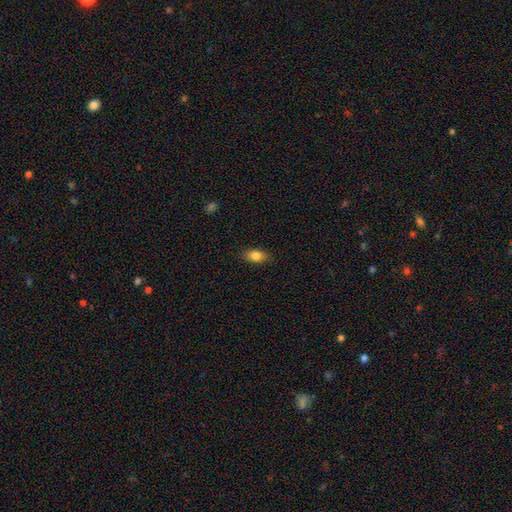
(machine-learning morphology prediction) This appears to be a smooth galaxy with no disk features (82%) that is in between round and cigar-shaped (86%). Merging: none (87%).